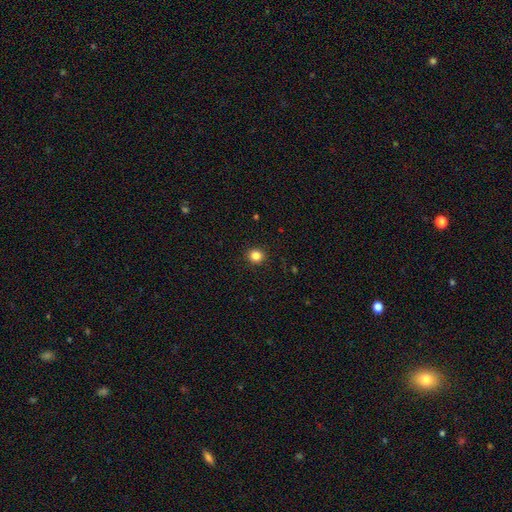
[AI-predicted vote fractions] Smooth or featured? smooth (84%)
How rounded? round (91%)
Merging? none (92%)